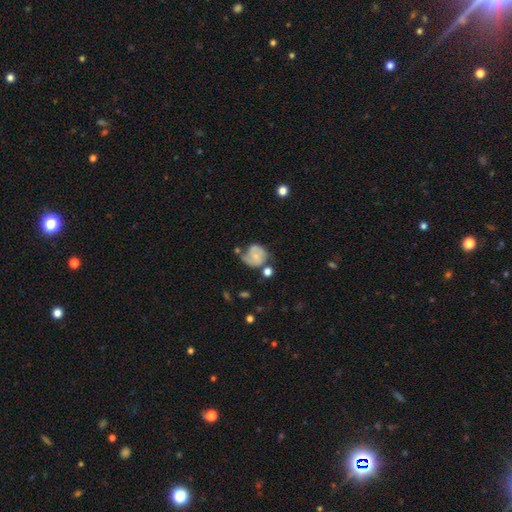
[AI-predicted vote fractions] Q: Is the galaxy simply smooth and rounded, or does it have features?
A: featured or disk — 58%.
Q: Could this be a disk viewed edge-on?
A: no — 98%.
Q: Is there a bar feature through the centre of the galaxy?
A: no — 68%.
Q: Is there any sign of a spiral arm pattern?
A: yes — 80%.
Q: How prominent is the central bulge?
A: small — 62%.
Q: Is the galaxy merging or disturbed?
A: none — 42%.